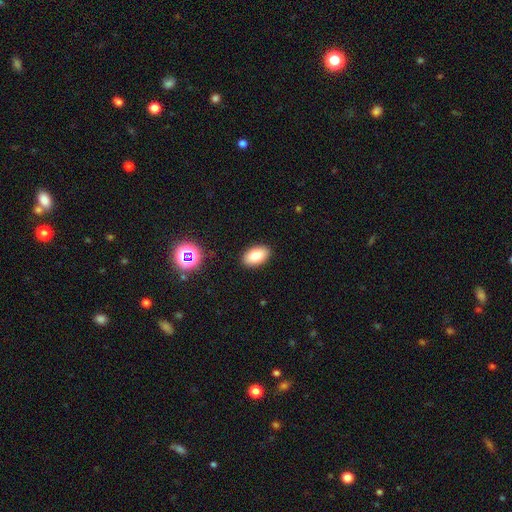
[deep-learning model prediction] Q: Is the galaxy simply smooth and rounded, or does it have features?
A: smooth — 81%.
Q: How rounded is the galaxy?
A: in between — 92%.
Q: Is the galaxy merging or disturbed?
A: none — 89%.